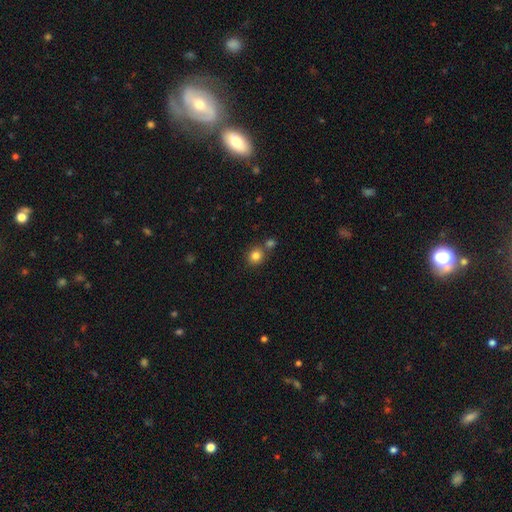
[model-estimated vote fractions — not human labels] A smooth galaxy with no disk features (83%) that is round (85%). Merging: none (66%).